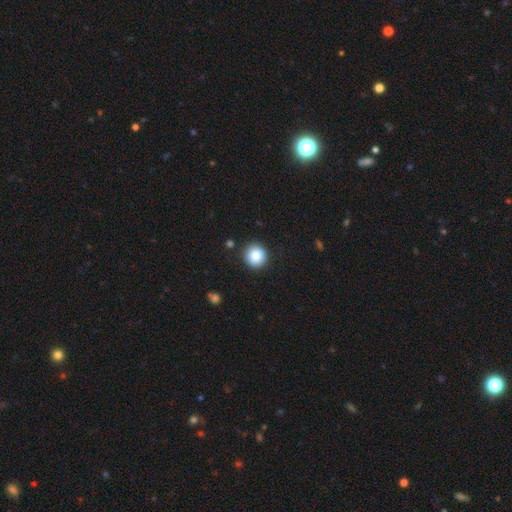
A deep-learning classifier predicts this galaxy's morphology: Overall: smooth (84%). How rounded: round (93%). Merging: none (90%).